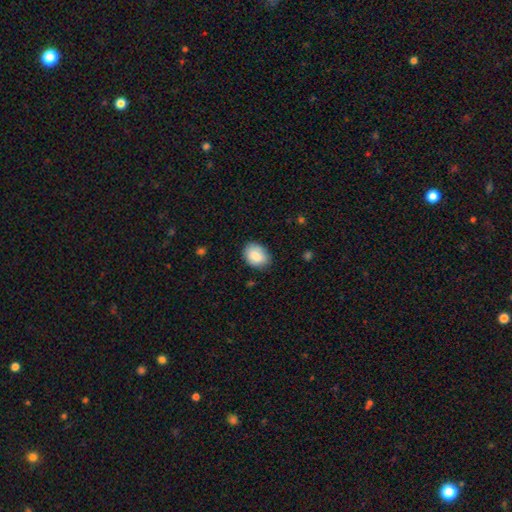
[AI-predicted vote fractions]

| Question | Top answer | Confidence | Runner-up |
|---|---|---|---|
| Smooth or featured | smooth | 84% | featured or disk (9%) |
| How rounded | in between | 70% | round (29%) |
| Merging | none | 78% | minor disturbance (17%) |